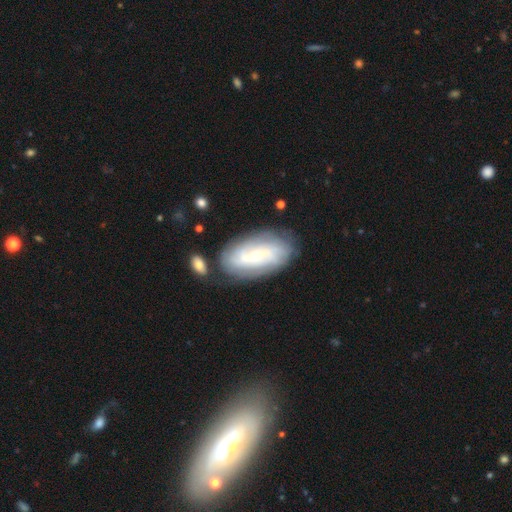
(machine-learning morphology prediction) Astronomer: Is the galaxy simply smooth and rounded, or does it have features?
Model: featured or disk — 70%.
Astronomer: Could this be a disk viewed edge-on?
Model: no — 92%.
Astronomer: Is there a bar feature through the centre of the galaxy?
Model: no — 46% (runner-up: weak, 37%).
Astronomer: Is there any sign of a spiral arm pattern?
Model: yes — 83%.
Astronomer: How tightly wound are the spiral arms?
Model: tight — 61%.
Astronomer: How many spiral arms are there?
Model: can't tell — 51%.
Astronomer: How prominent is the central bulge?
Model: small — 68%.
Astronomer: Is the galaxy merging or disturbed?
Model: none — 76%.